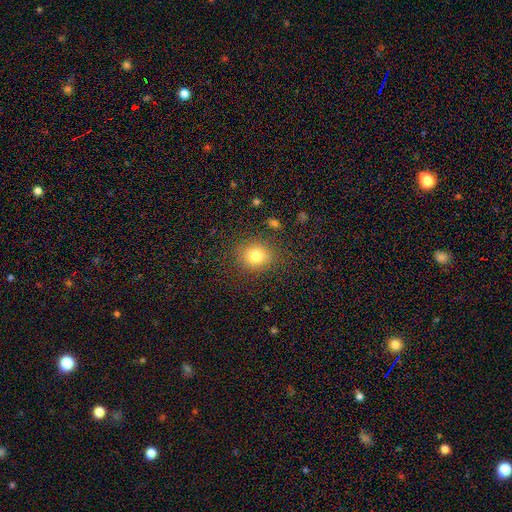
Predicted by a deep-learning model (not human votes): Smooth or featured?
  - smooth: 79% *
  - star or artifact: 13%
  - featured or disk: 9%
How rounded?
  - round: 77% *
  - in between: 22%
  - cigar-shaped: 1%
Merging?
  - none: 85% *
  - minor disturbance: 9%
  - major disturbance: 4%
  - merger: 2%